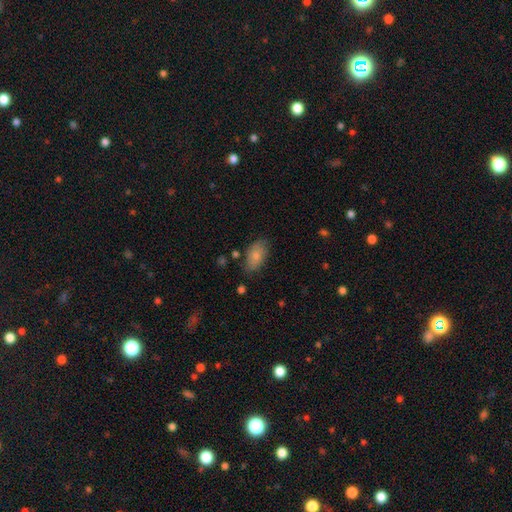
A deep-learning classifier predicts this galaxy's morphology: The model was most divided on "merging": none: 73%, minor disturbance: 20%, major disturbance: 4%, merger: 3%. More confident: how rounded — in between (92%); smooth or featured — smooth (80%).